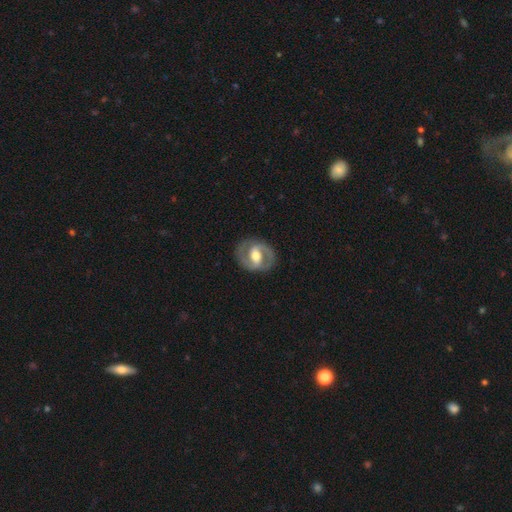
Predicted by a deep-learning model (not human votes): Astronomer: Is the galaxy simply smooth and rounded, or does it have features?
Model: featured or disk — 82%.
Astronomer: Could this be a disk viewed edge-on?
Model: no — 97%.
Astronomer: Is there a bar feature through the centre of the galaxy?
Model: weak — 40%, tied with strong at 40%.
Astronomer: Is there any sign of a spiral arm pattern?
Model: yes — 86%.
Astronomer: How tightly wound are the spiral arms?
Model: medium — 53% (runner-up: tight, 35%).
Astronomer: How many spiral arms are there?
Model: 2 — 91%.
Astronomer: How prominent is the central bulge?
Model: moderate — 67%.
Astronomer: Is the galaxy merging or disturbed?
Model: none — 85%.